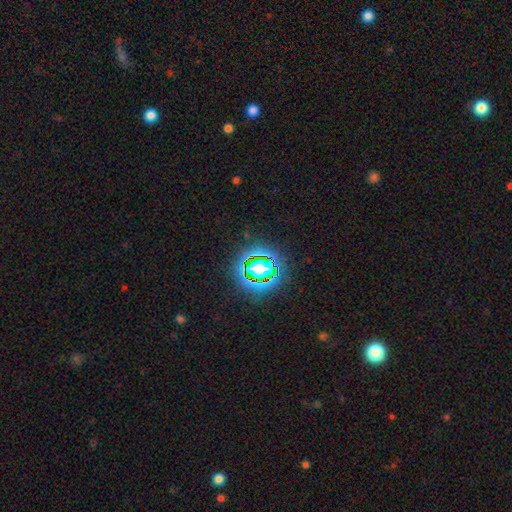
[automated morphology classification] Smooth or featured? star or artifact (78%)